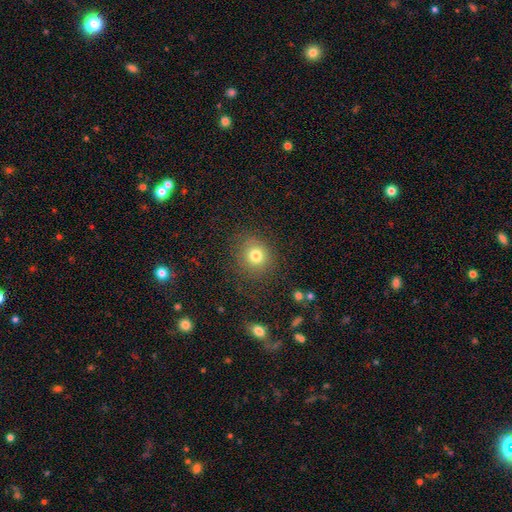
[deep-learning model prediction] This appears to be a smooth galaxy with no disk features (78%) that is round (81%). Merging: none (80%).